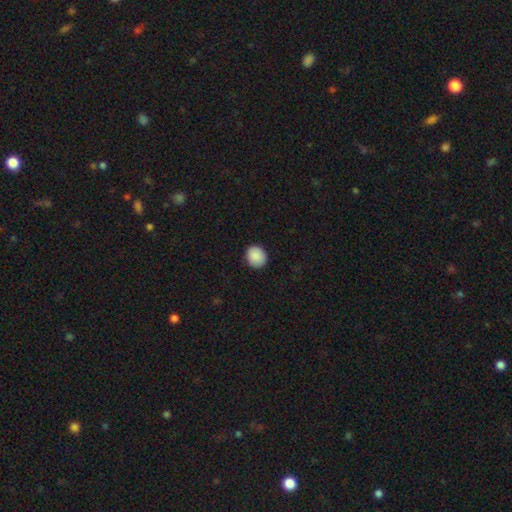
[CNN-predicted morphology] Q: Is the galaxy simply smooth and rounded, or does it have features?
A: smooth — 90%.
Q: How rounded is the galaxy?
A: round — 78%.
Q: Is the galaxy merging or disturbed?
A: none — 89%.